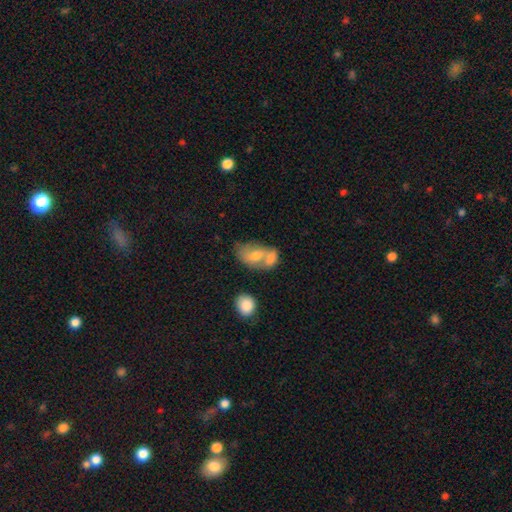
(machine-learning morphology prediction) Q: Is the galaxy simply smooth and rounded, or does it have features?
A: smooth — 60%.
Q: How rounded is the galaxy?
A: in between — 81%.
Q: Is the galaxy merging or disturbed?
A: merger — 57%.